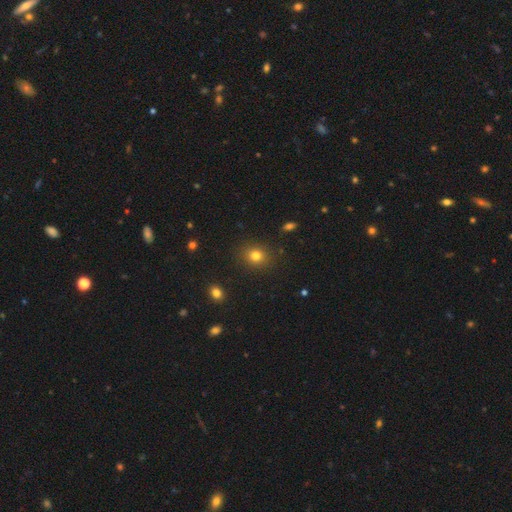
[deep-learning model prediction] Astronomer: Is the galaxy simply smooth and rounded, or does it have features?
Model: smooth — 79%.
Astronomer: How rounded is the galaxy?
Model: round — 73%.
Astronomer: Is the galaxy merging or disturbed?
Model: none — 89%.